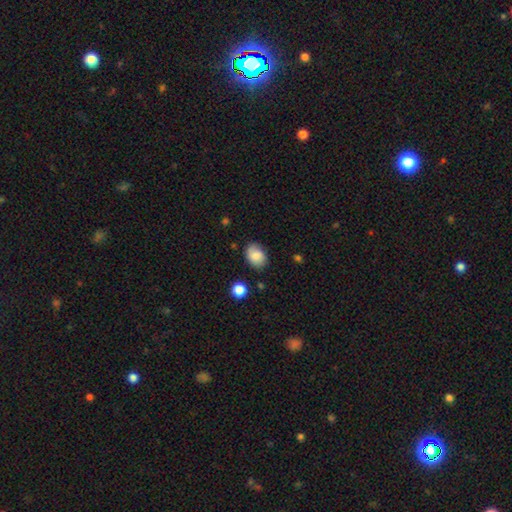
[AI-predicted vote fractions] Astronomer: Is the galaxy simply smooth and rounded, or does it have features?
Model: smooth — 80%.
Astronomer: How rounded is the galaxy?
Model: in between — 70%.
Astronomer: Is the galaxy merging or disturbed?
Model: none — 78%.